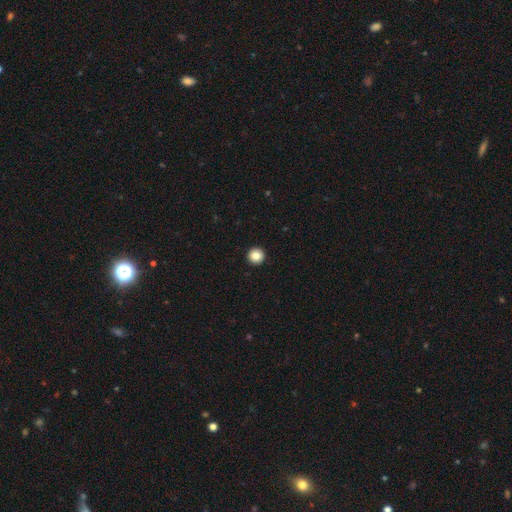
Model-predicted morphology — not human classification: Q: Smooth or featured?
A: smooth (84%); runner-up: star or artifact (10%)
Q: How rounded?
A: round (97%); runner-up: in between (2%)
Q: Merging?
A: none (95%); runner-up: minor disturbance (3%)